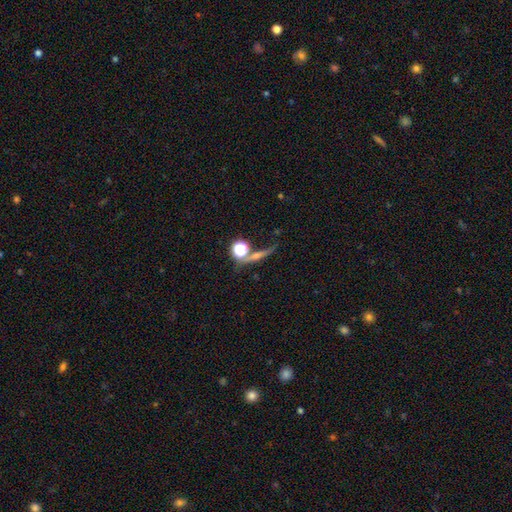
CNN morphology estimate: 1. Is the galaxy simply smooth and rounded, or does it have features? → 36% smooth, 33% featured or disk, 32% star or artifact.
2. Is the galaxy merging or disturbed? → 57% none, 18% merger, 13% minor disturbance, 12% major disturbance.